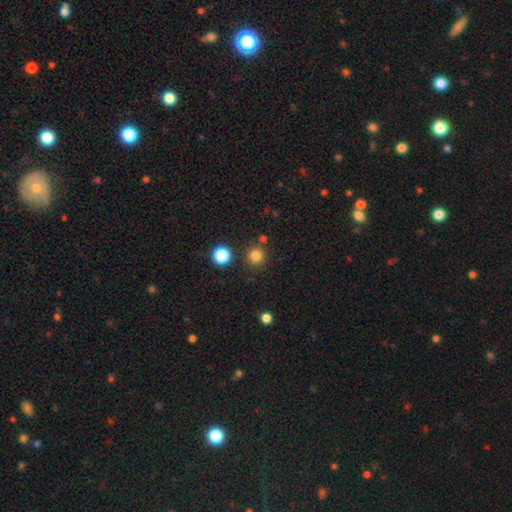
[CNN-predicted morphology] smooth-or-featured: smooth: 81% | star or artifact: 14% | featured or disk: 4%
  how-rounded: round: 94% | in between: 5% | cigar-shaped: 1%
  merging: none: 85% | minor disturbance: 7% | merger: 5% | major disturbance: 3%